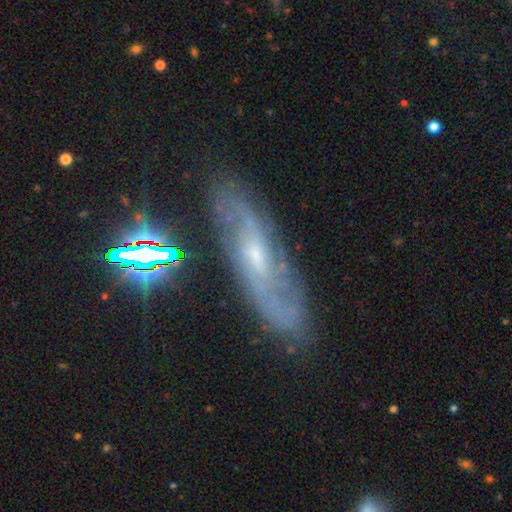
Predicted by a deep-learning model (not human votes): Morphology: type=featured or disk (73%); edge-on=no (79%); bar=weak (48%); spiral arms=yes (92%); winding=medium (42%); arm count=2 (67%); bulge=small (64%); merging=none (77%).